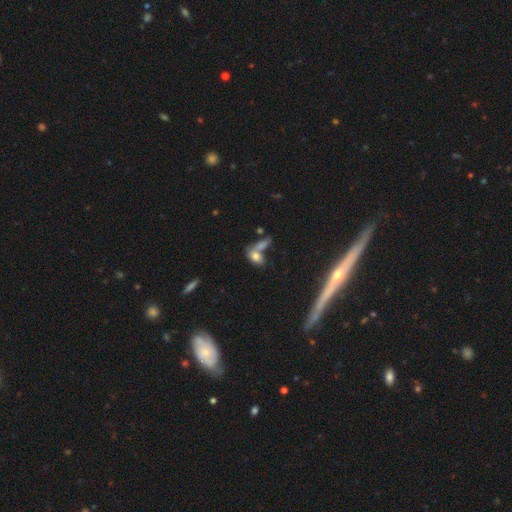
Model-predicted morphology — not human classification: Smooth or featured? Predicted: featured or disk (p=0.69). Edge-on disk? Predicted: yes (p=0.91). Edge-on bulge? Predicted: rounded (p=0.83). Merging? Predicted: none (p=0.79).